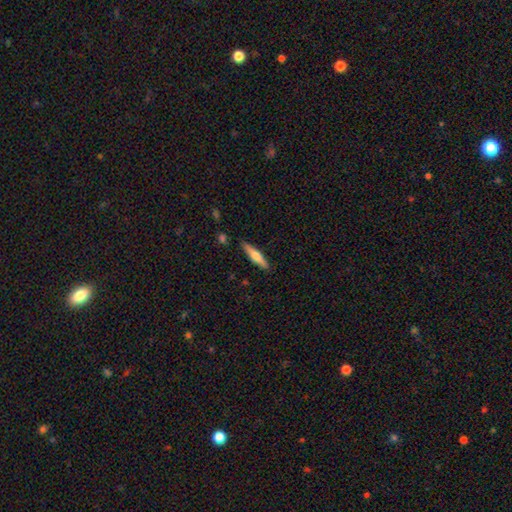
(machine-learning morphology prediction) Smooth or featured: smooth — 55% (featured or disk — 39%)
How rounded: cigar-shaped — 82% (in between — 17%)
Merging: none — 87% (minor disturbance — 9%)